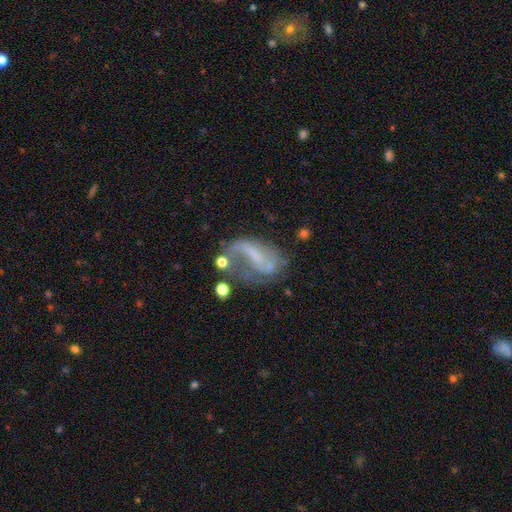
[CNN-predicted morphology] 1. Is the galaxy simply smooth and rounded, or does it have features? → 68% featured or disk, 20% smooth, 12% star or artifact.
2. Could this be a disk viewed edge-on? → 95% no, 5% yes.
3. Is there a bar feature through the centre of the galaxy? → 36% no, 34% weak, 30% strong.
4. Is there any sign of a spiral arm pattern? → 65% yes, 35% no.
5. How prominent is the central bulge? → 54% none, 31% small, 12% moderate, 2% large, 1% dominant.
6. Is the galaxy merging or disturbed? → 34% none (tied), 34% major disturbance (tied), 20% minor disturbance, 12% merger.